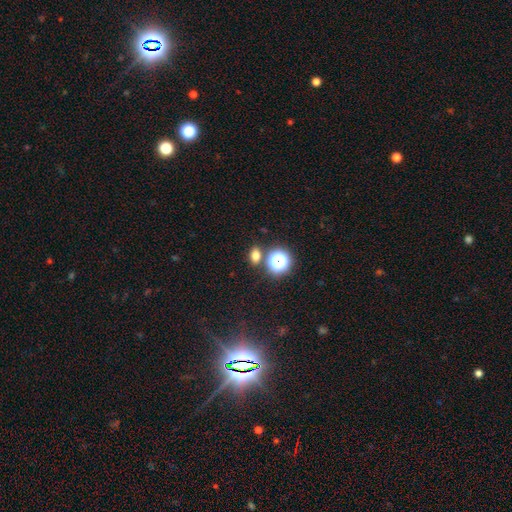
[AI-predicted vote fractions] Q: Smooth or featured?
A: smooth (71%); runner-up: star or artifact (22%)
Q: How rounded?
A: in between (60%); runner-up: round (38%)
Q: Merging?
A: none (78%); runner-up: merger (10%)